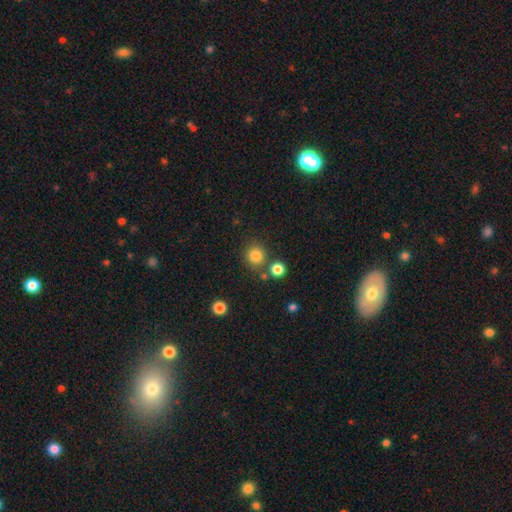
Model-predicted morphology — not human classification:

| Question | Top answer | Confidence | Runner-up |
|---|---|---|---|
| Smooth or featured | smooth | 82% | star or artifact (13%) |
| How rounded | round | 90% | in between (9%) |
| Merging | none | 78% | merger (11%) |